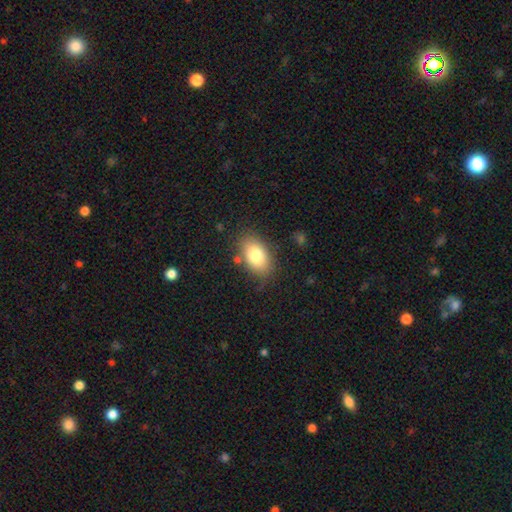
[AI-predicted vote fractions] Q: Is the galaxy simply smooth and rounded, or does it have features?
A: smooth — 79%.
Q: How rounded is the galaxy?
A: in between — 89%.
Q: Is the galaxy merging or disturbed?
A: none — 80%.